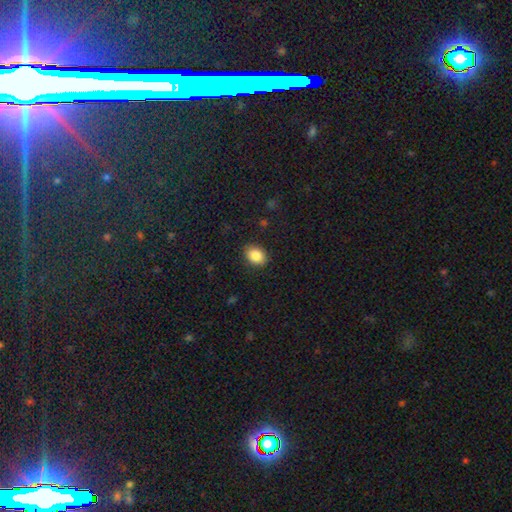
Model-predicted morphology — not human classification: smooth_or_featured: smooth (p=0.85) [alt: star or artifact p=0.09]
how_rounded: in between (p=0.67) [alt: round p=0.32]
merging: none (p=0.88) [alt: minor disturbance p=0.09]